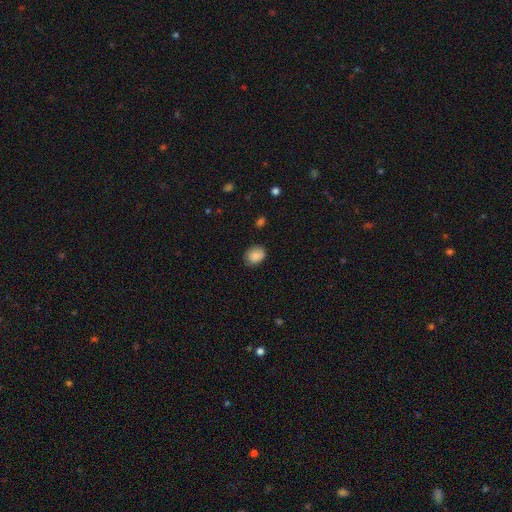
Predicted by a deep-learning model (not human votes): This is clearly a smooth galaxy (86%). How rounded: possibly in between (52%). Merging: likely none (77%).